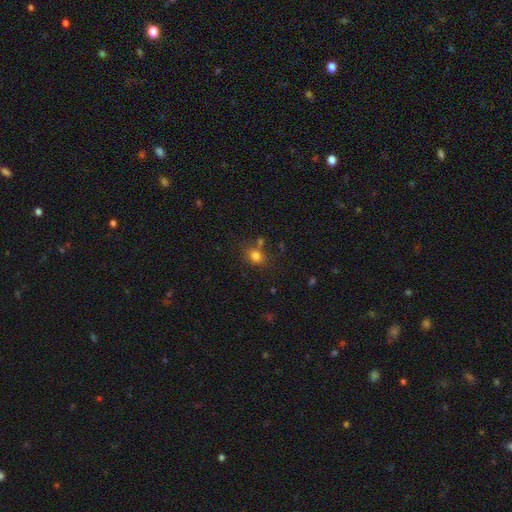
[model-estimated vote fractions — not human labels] Smooth or featured: smooth — 78% (star or artifact — 13%)
How rounded: round — 52% (in between — 47%)
Merging: none — 63% (minor disturbance — 16%)